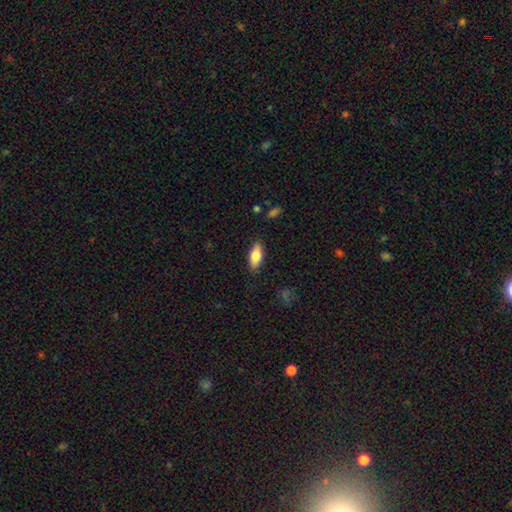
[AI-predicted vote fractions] Smooth or featured?
  - smooth: 75% *
  - featured or disk: 19%
  - star or artifact: 6%
How rounded?
  - in between: 79% *
  - cigar-shaped: 19%
  - round: 3%
Merging?
  - none: 87% *
  - minor disturbance: 10%
  - major disturbance: 2%
  - merger: 1%